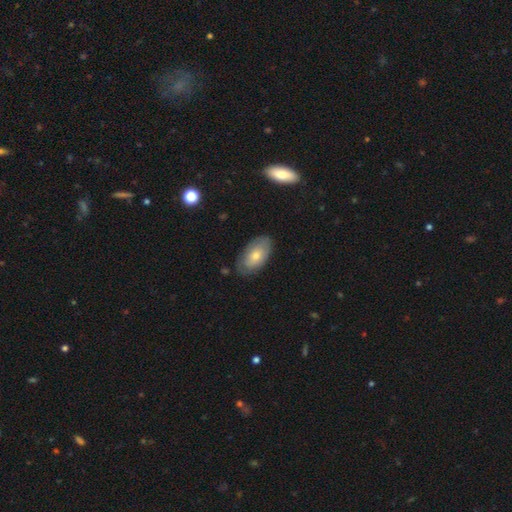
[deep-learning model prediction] Smooth or featured?
  - smooth: 58% *
  - featured or disk: 35%
  - star or artifact: 7%
How rounded?
  - in between: 93% *
  - round: 4%
  - cigar-shaped: 2%
Merging?
  - none: 76% *
  - minor disturbance: 18%
  - major disturbance: 4%
  - merger: 1%